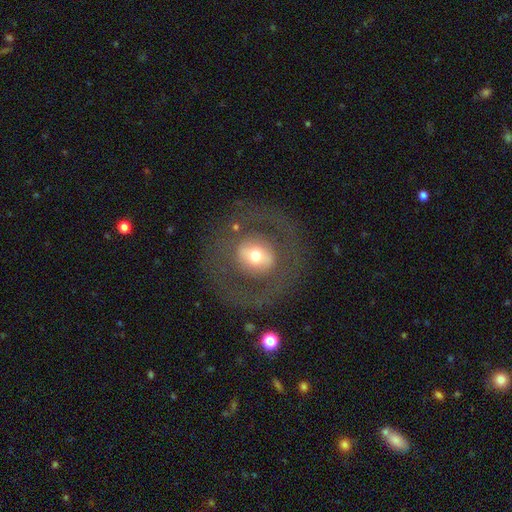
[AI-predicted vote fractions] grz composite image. It shows a featured or disk galaxy (49%). Merging: none (76%).